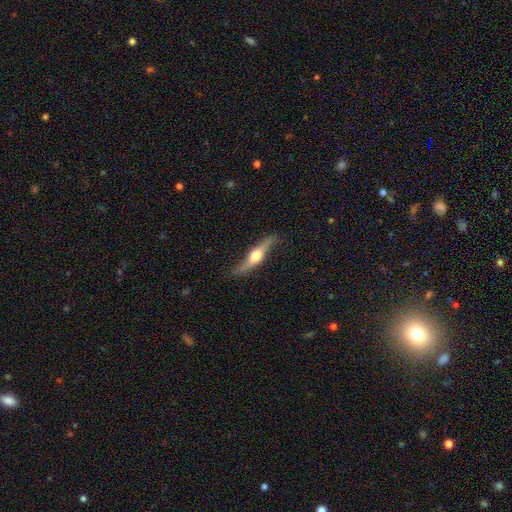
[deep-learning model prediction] Smooth or featured: featured or disk — 74% (smooth — 22%)
Edge-on disk: yes — 85% (no — 15%)
Edge-on bulge: rounded — 94% (boxy — 4%)
Merging: none — 78% (minor disturbance — 16%)